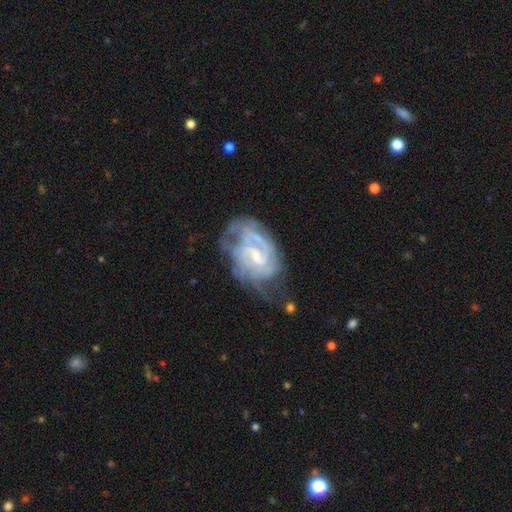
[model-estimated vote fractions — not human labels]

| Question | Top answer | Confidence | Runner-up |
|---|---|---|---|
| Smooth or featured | featured or disk | 84% | smooth (9%) |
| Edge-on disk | no | 97% | yes (3%) |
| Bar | weak | 57% | no (26%) |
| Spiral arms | yes | 91% | no (9%) |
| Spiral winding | tight | 55% | medium (36%) |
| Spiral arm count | can't tell | 37% | 2 (31%) |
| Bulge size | small | 51% | moderate (37%) |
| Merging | none | 51% | minor disturbance (26%) |